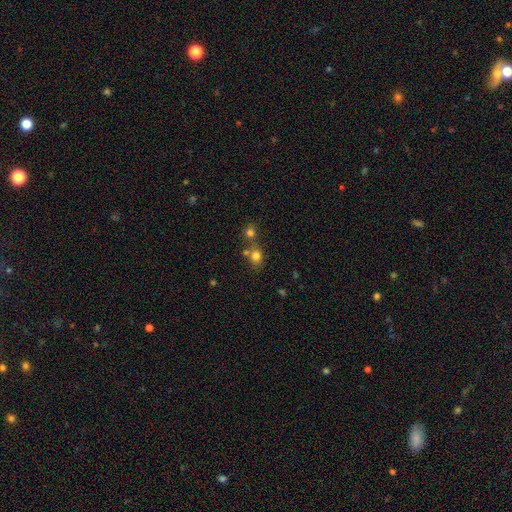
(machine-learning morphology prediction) smooth-or-featured: smooth: 76% | star or artifact: 15% | featured or disk: 9%
  how-rounded: round: 68% | in between: 31% | cigar-shaped: 1%
  merging: none: 50% | merger: 36% | minor disturbance: 9% | major disturbance: 4%